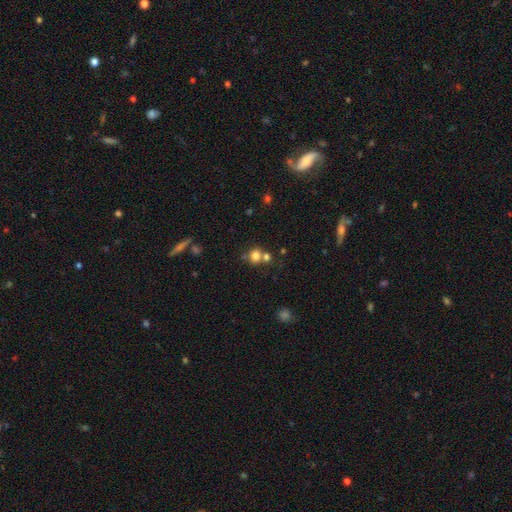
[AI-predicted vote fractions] A smooth galaxy with no disk features (77%) that is round (74%).

Vote fractions:
- Smooth or featured? smooth: 77% / star or artifact: 14% / featured or disk: 10%
- How rounded? round: 74% / in between: 25% / cigar-shaped: 1%
- Merging? none: 52% / merger: 35% / minor disturbance: 9% / major disturbance: 4%